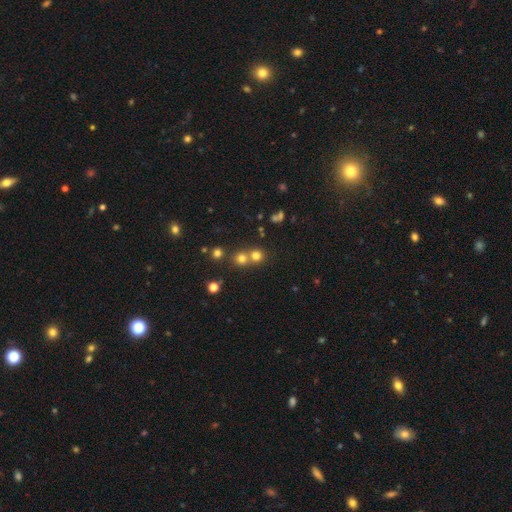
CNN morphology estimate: A smooth galaxy with no disk features (72%) that is round (89%). Merging: none (54%).